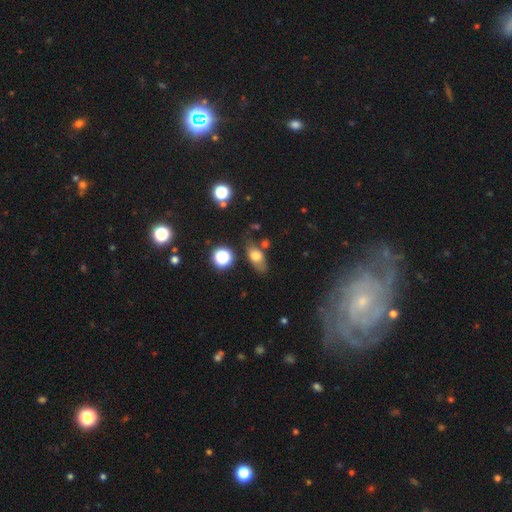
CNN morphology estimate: smooth 70%, featured or disk 18%, star or artifact 13%. Down the decision tree: how rounded — in between (77%); merging — none (59%).